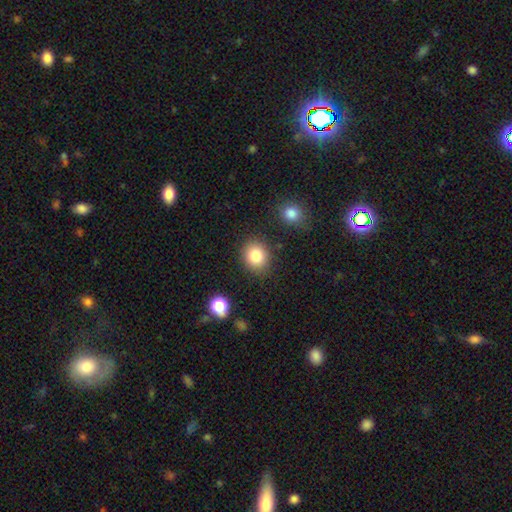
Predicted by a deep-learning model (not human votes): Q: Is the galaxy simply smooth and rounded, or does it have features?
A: smooth — 83%.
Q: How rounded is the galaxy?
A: round — 70%.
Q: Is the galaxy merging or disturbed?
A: none — 84%.